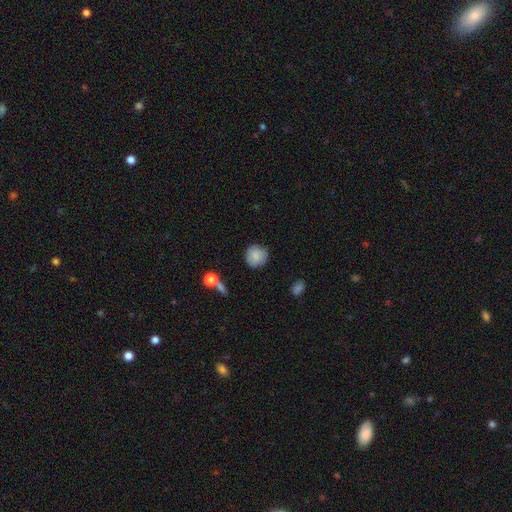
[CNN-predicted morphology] smooth 84%, featured or disk 8%, star or artifact 7%. Down the decision tree: how rounded — round (93%); merging — none (85%).